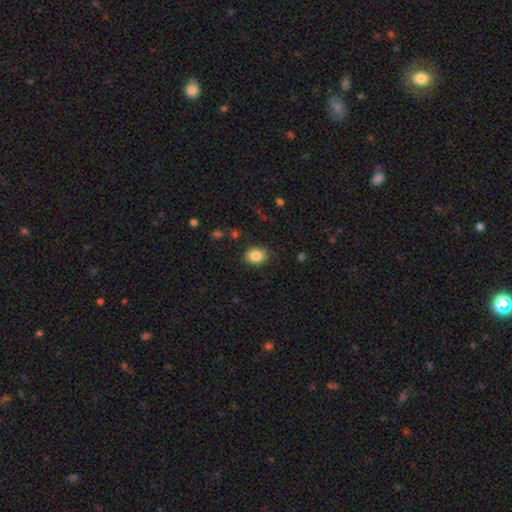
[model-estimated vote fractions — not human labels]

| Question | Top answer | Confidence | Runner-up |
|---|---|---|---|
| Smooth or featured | smooth | 86% | star or artifact (9%) |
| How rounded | in between | 55% | round (44%) |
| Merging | none | 87% | minor disturbance (9%) |